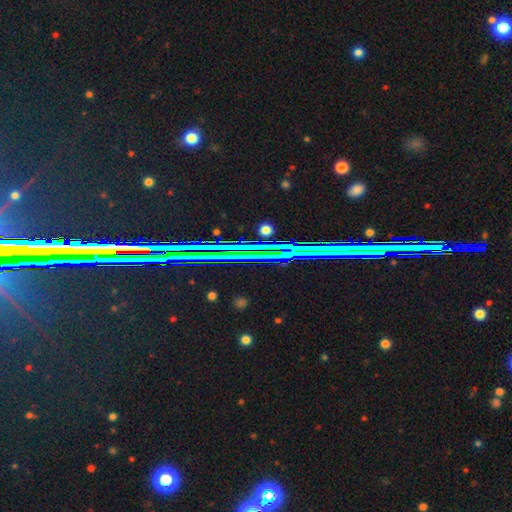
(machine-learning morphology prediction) star or artifact 78%, featured or disk 13%, smooth 9%.